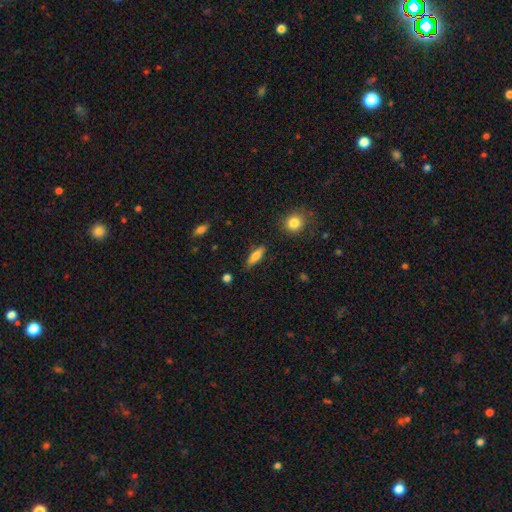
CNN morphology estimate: A smooth galaxy with no disk features (69%) that is cigar-shaped (50%). Merging: none (83%).